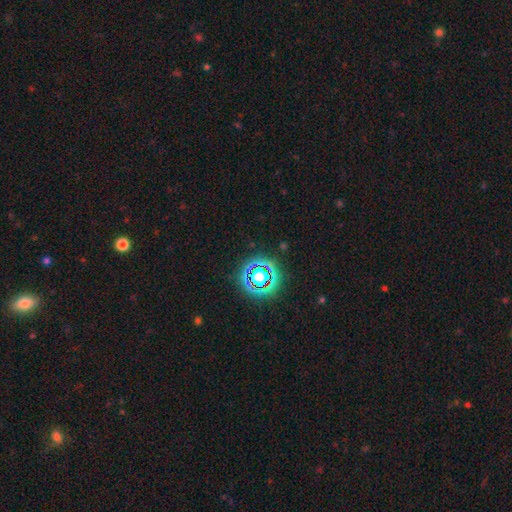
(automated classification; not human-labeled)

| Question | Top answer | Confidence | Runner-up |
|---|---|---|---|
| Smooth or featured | star or artifact | 78% | smooth (15%) |